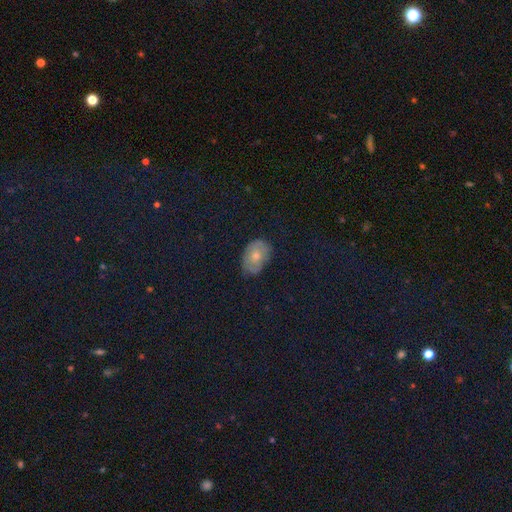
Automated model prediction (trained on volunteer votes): Smooth or featured?
  - smooth: 56% *
  - featured or disk: 28%
  - star or artifact: 16%
How rounded?
  - in between: 81% *
  - round: 17%
  - cigar-shaped: 1%
Merging?
  - none: 66% *
  - minor disturbance: 25%
  - major disturbance: 7%
  - merger: 2%